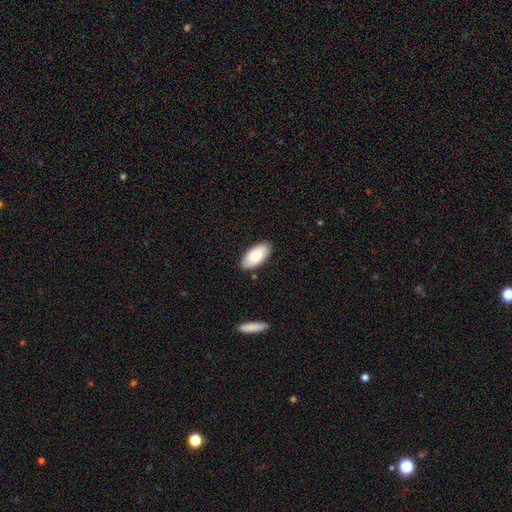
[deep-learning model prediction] A smooth galaxy with no disk features (79%) that is in between round and cigar-shaped (95%).

Vote fractions:
- Smooth or featured? smooth: 79% / featured or disk: 15% / star or artifact: 6%
- How rounded? in between: 95% / cigar-shaped: 3% / round: 2%
- Merging? none: 87% / minor disturbance: 9% / major disturbance: 2% / merger: 1%